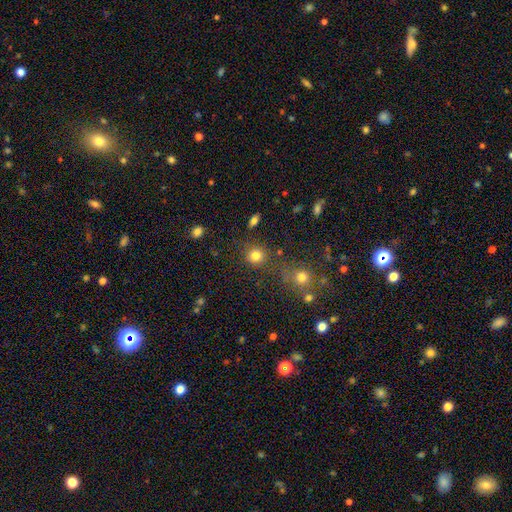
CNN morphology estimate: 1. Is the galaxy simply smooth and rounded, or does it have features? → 81% smooth, 13% star or artifact, 6% featured or disk.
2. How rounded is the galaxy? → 88% round, 11% in between, 1% cigar-shaped.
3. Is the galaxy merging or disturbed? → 76% none, 11% minor disturbance, 8% merger, 5% major disturbance.